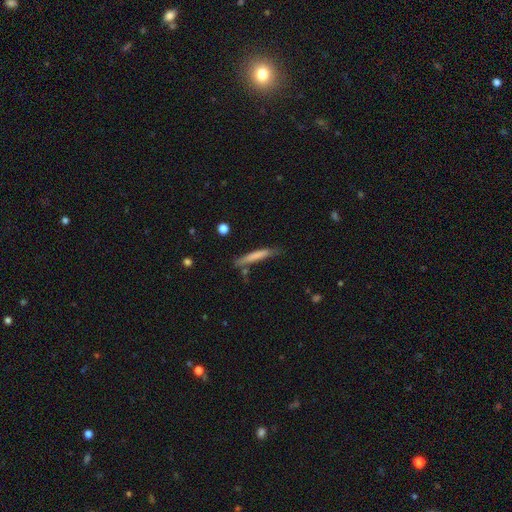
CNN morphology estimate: The model was most divided on "smooth or featured": smooth: 72%, featured or disk: 22%, star or artifact: 6%. More confident: how rounded — cigar-shaped (94%); merging — none (73%).